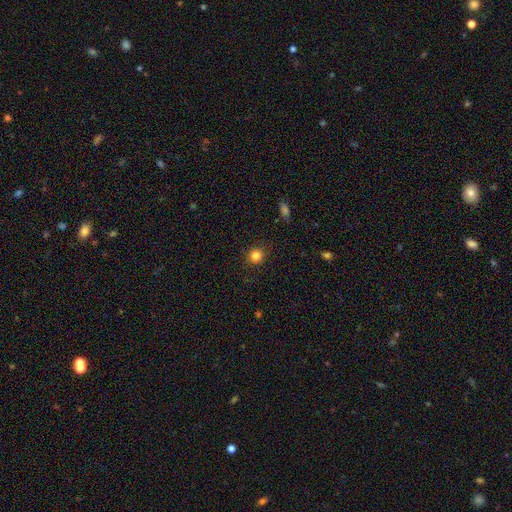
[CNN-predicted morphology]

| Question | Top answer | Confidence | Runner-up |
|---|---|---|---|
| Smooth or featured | smooth | 84% | star or artifact (12%) |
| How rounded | round | 93% | in between (6%) |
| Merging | none | 90% | minor disturbance (7%) |